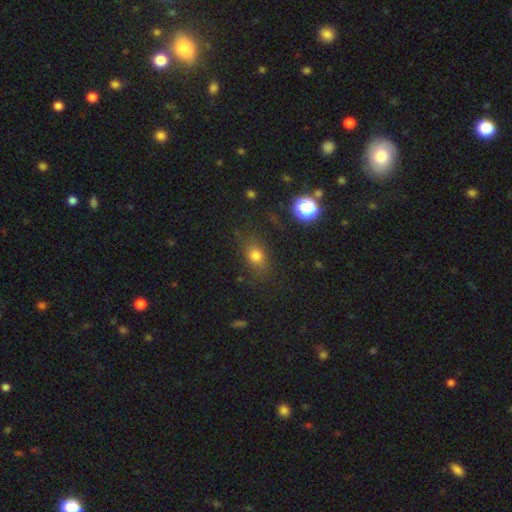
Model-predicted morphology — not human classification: smooth 71%, star or artifact 17%, featured or disk 11%. Down the decision tree: how rounded — in between (54%); merging — none (75%).